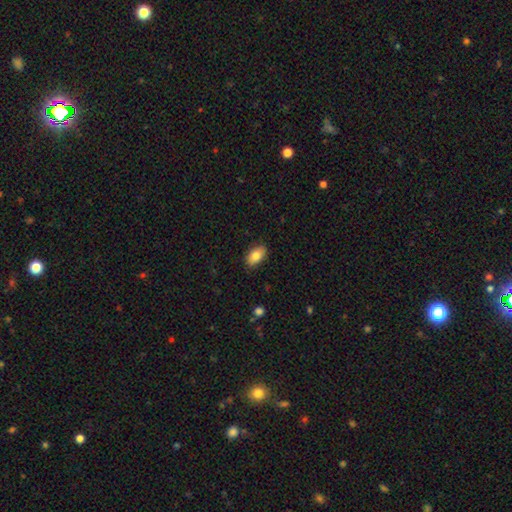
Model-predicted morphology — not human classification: Smooth or featured: smooth — 82% (featured or disk — 11%)
How rounded: in between — 91% (round — 6%)
Merging: none — 87% (minor disturbance — 10%)